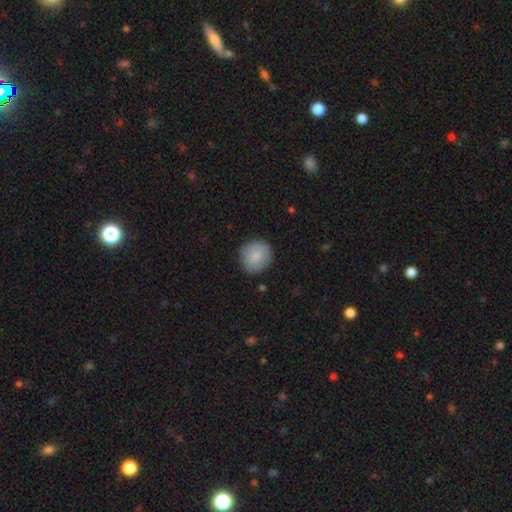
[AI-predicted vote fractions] smooth-or-featured: smooth: 81% | featured or disk: 12% | star or artifact: 7%
  how-rounded: round: 84% | in between: 15% | cigar-shaped: 1%
  merging: none: 81% | minor disturbance: 15% | major disturbance: 3% | merger: 1%